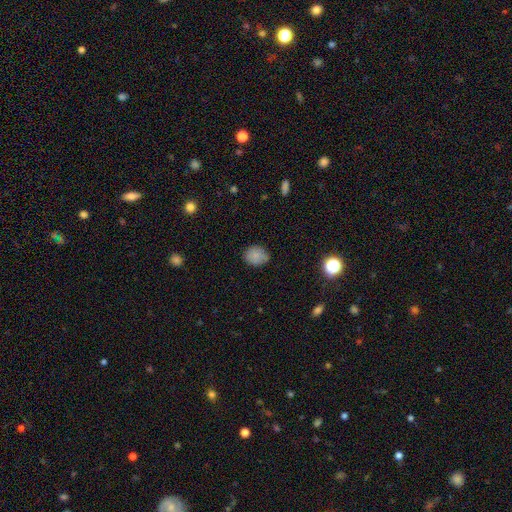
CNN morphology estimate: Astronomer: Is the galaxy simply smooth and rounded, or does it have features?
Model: smooth — 82%.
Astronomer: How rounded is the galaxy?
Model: round — 64%.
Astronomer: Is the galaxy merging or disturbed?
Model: none — 78%.